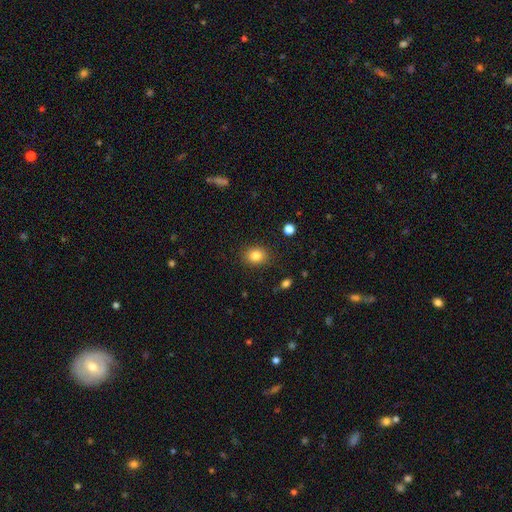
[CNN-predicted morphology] Smooth or featured? smooth (83%)
How rounded? round (58%)
Merging? none (87%)